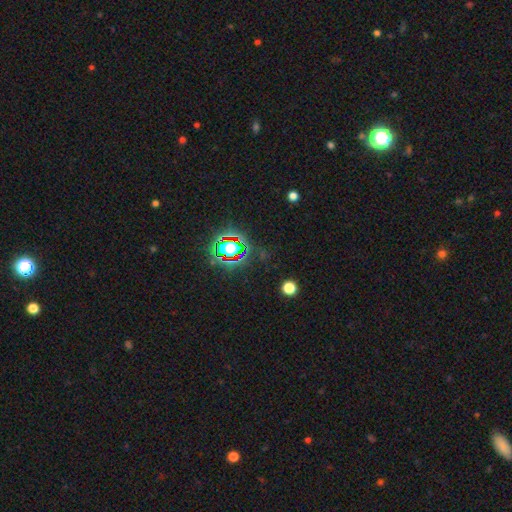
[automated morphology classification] smooth-or-featured: star or artifact: 81% | smooth: 11% | featured or disk: 7%